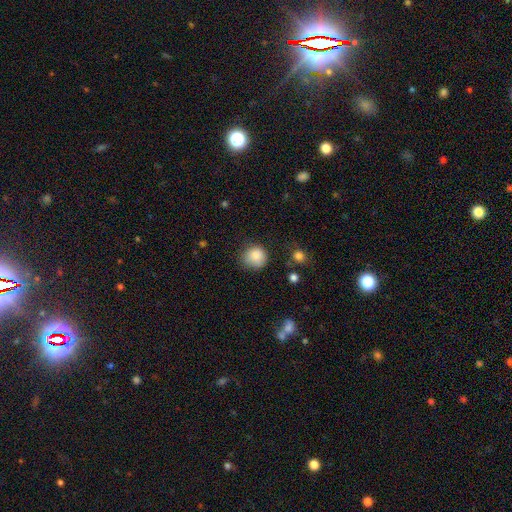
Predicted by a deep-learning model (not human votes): A smooth galaxy with no disk features (84%) that is round (86%). Merging: none (70%).